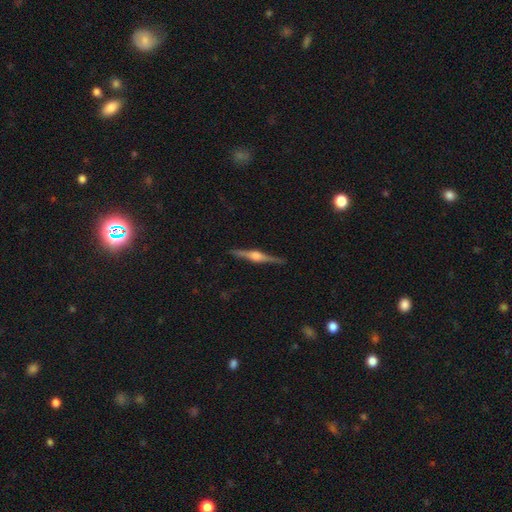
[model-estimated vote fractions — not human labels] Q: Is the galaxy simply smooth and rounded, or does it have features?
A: featured or disk — 84%.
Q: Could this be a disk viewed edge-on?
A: yes — 98%.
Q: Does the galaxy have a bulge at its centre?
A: rounded — 88%.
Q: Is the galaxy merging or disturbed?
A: none — 91%.